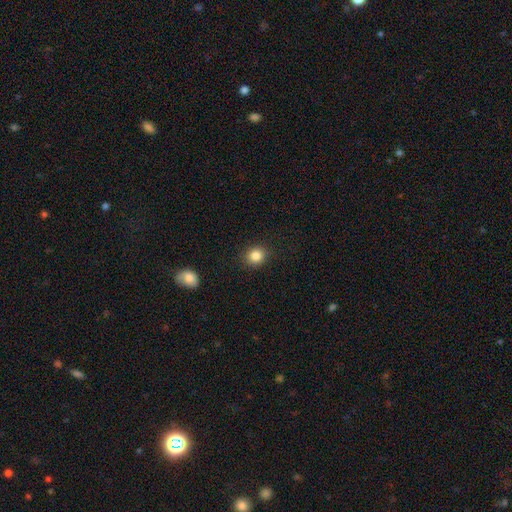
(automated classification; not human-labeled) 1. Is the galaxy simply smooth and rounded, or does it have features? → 85% smooth, 10% star or artifact, 5% featured or disk.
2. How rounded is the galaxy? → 83% round, 16% in between, 1% cigar-shaped.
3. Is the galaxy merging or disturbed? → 89% none, 7% minor disturbance, 2% major disturbance, 1% merger.